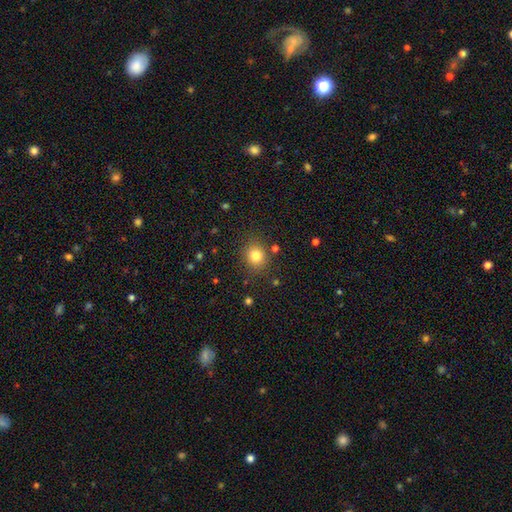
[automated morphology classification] type=smooth (80%); roundness=round (82%); merging=none (85%).